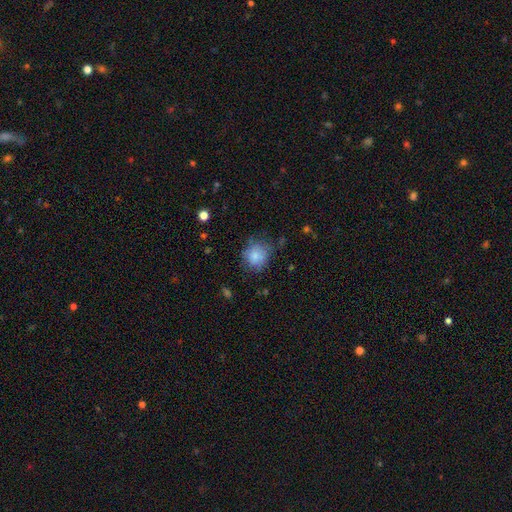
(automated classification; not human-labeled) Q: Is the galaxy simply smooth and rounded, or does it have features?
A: smooth — 81%.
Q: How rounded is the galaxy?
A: round — 82%.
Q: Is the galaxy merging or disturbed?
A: none — 65%.